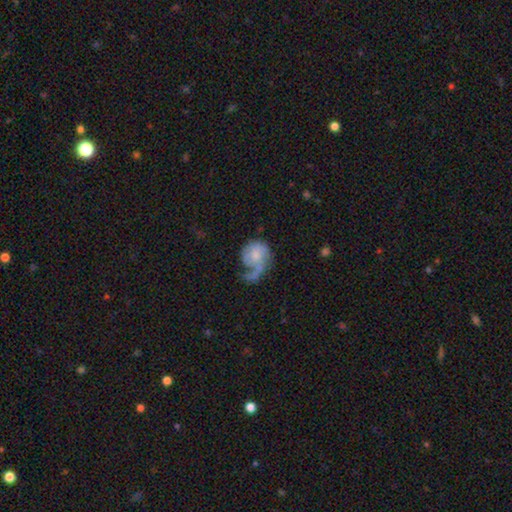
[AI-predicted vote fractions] A featured or disk galaxy (54%) with no bar (77%), spiral arms (75%) and a small central bulge (42%).

Vote fractions:
- Smooth or featured? featured or disk: 54% / smooth: 39% / star or artifact: 7%
- Edge-on disk? no: 98% / yes: 2%
- Bar? no: 77% / weak: 21% / strong: 3%
- Spiral arms? yes: 75% / no: 25%
- Bulge size? small: 42% / moderate: 34% / none: 16% / large: 6% / dominant: 2%
- Merging? major disturbance: 44% / none: 27% / minor disturbance: 23% / merger: 6%